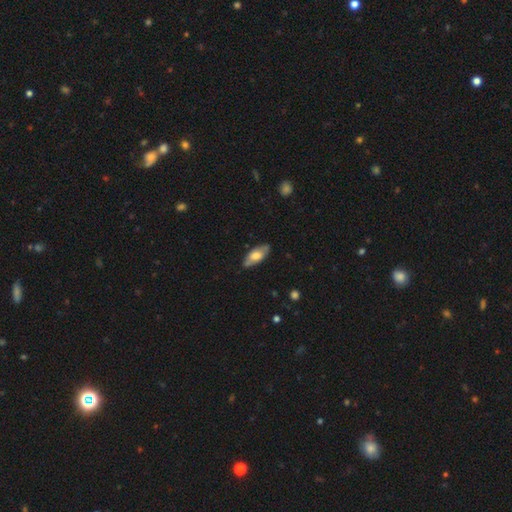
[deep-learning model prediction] smooth_or_featured: smooth (p=0.59) [alt: featured or disk p=0.35]
how_rounded: in between (p=0.85) [alt: cigar-shaped p=0.12]
merging: none (p=0.76) [alt: minor disturbance p=0.19]